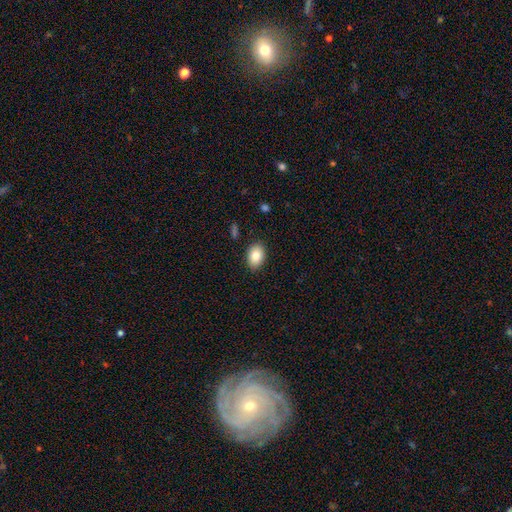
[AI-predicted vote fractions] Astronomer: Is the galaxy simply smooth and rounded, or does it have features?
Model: smooth — 85%.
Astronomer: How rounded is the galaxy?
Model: in between — 84%.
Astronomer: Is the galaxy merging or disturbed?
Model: none — 88%.